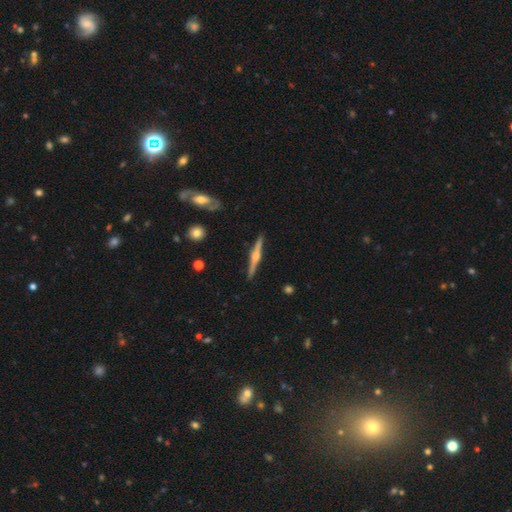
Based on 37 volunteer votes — This is likely a featured or disk galaxy (65%). It is clearly viewed edge-on (100%). Edge-on bulge: clearly rounded (88%). Merging: clearly none (94%).